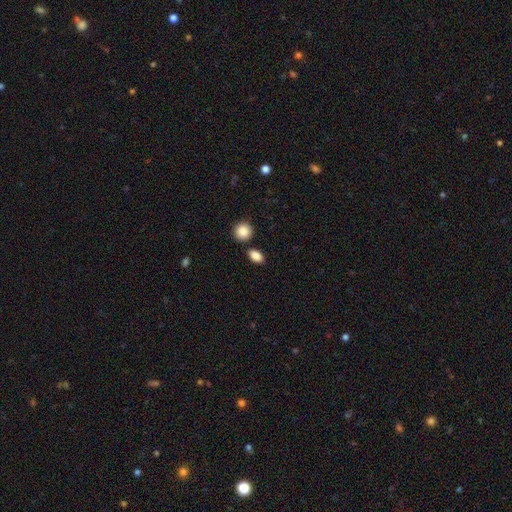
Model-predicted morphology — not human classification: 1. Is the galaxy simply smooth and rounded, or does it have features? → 86% smooth, 8% star or artifact, 6% featured or disk.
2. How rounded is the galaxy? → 81% in between, 16% round, 3% cigar-shaped.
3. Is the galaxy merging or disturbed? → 80% none, 9% minor disturbance, 8% merger, 2% major disturbance.